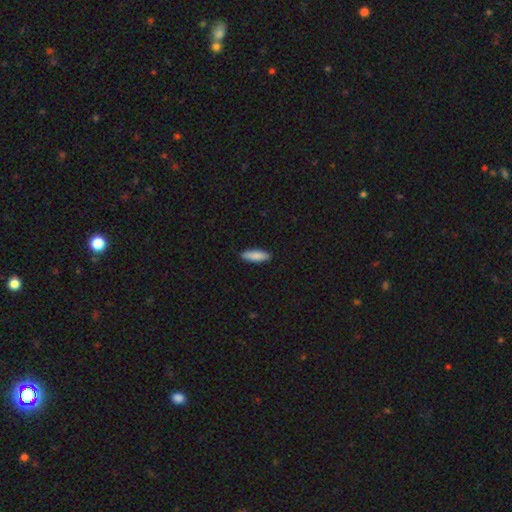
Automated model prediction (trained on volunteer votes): Smooth or featured?
  - smooth: 88% *
  - featured or disk: 6%
  - star or artifact: 5%
How rounded?
  - in between: 53% *
  - cigar-shaped: 45%
  - round: 2%
Merging?
  - none: 90% *
  - minor disturbance: 8%
  - major disturbance: 1%
  - merger: 1%